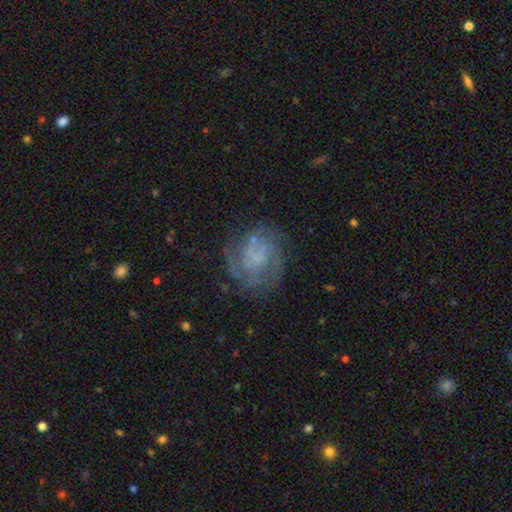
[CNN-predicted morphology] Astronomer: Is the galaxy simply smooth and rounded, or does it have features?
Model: featured or disk — 69%.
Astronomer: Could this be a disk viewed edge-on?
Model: no — 98%.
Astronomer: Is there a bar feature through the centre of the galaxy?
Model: no — 70%.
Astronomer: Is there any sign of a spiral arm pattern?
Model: yes — 84%.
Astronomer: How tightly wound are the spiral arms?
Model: tight — 52% (runner-up: medium, 36%).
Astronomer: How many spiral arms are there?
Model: can't tell — 40% (runner-up: 3, 20%).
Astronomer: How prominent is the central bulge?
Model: none — 49% (runner-up: small, 28%).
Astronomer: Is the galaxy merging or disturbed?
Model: none — 69%.